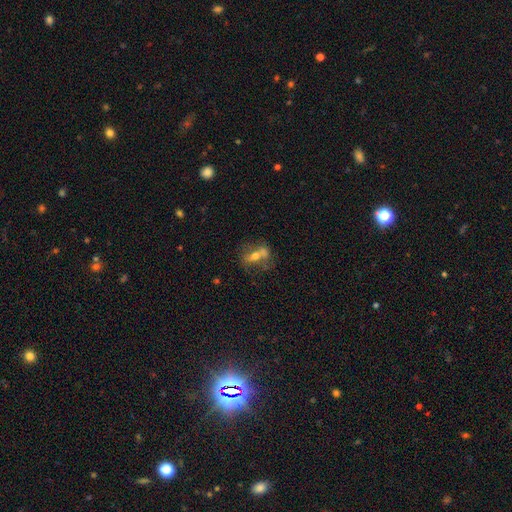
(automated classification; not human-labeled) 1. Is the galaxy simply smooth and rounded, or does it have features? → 44% smooth (tied), 44% featured or disk (tied), 11% star or artifact.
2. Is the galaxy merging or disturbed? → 39% merger, 37% none, 14% minor disturbance, 10% major disturbance.